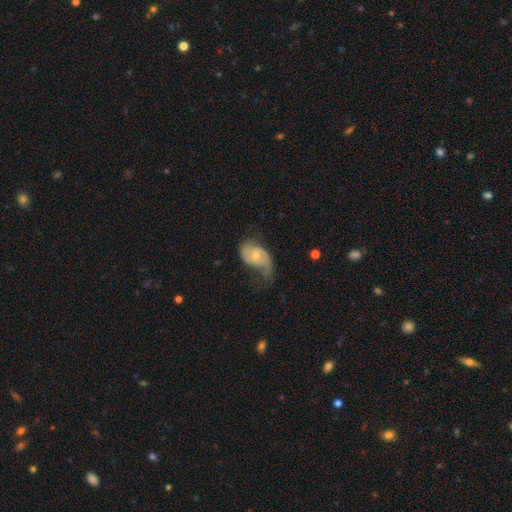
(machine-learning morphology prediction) type=featured or disk (67%); edge-on=no (96%); bar=no (64%); spiral arms=yes (86%); winding=loose (48%); arm count=2 (61%); bulge=small (49%); merging=major disturbance (36%).